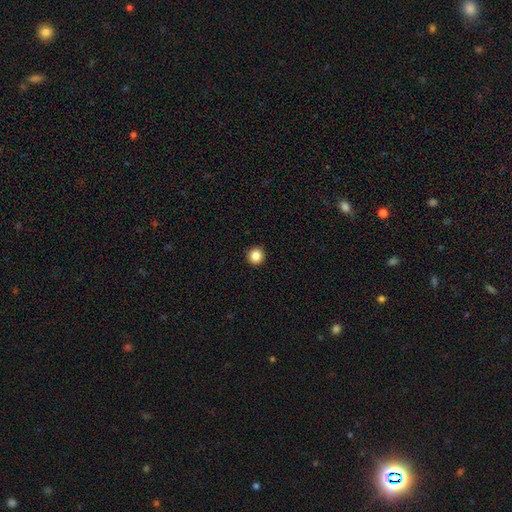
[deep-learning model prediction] Smooth or featured? Predicted: smooth (p=0.86). How rounded? Predicted: round (p=0.96). Merging? Predicted: none (p=0.94).